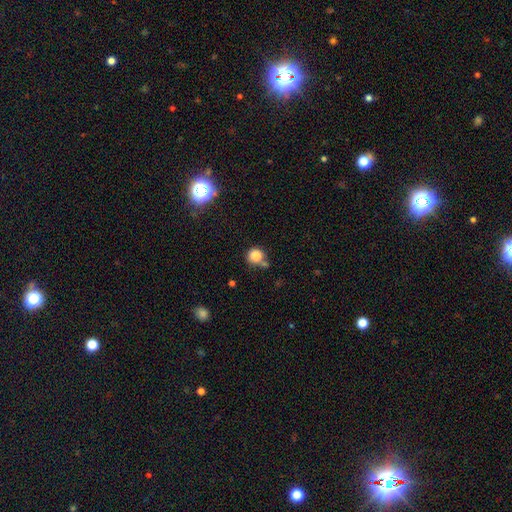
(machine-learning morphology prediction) Smooth or featured?
  - smooth: 84% *
  - star or artifact: 11%
  - featured or disk: 5%
How rounded?
  - round: 89% *
  - in between: 10%
  - cigar-shaped: 1%
Merging?
  - none: 60% *
  - merger: 18%
  - minor disturbance: 16%
  - major disturbance: 6%